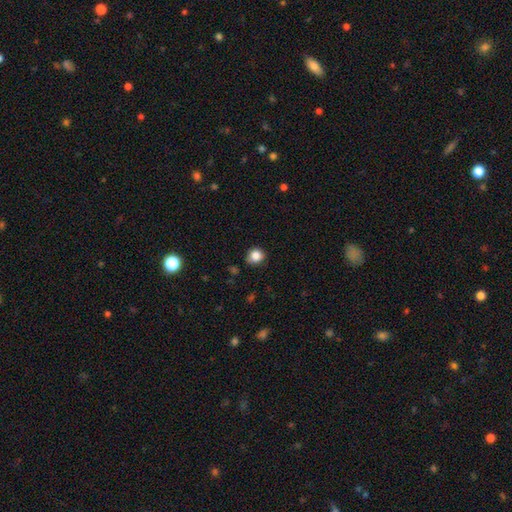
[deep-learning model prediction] The model was most divided on "merging": none: 77%, minor disturbance: 17%, major disturbance: 3%, merger: 2%. More confident: smooth or featured — smooth (85%); how rounded — round (84%).